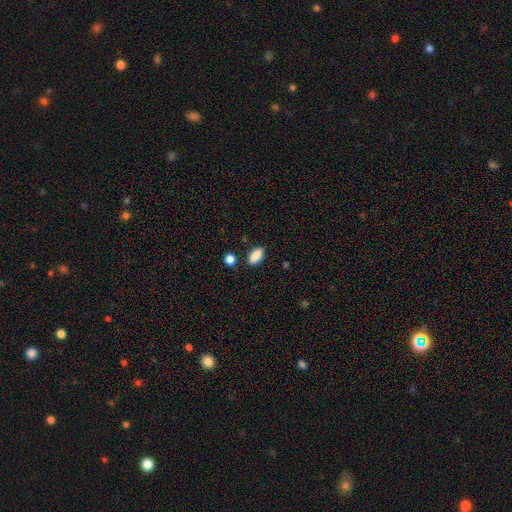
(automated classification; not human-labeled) smooth 89%, star or artifact 8%, featured or disk 4%. Down the decision tree: how rounded — in between (91%); merging — none (84%).